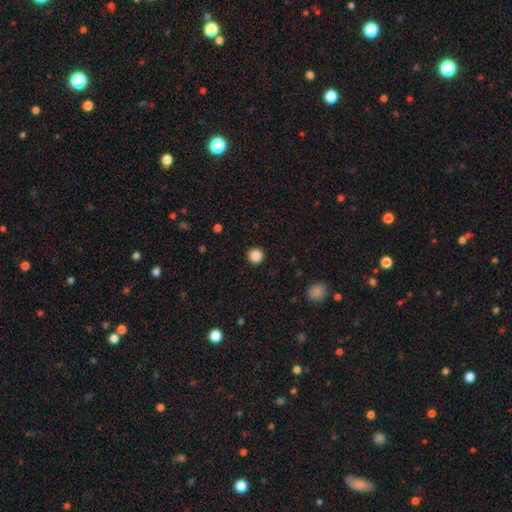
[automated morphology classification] This is clearly a smooth galaxy (87%). How rounded: clearly round (95%). Merging: clearly none (92%).